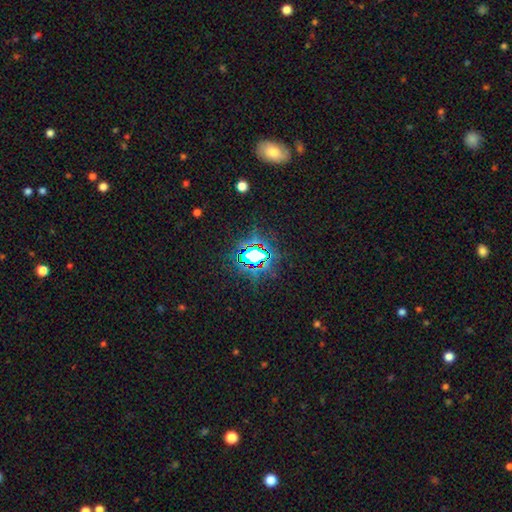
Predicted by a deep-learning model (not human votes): Overall: star or artifact (73%).